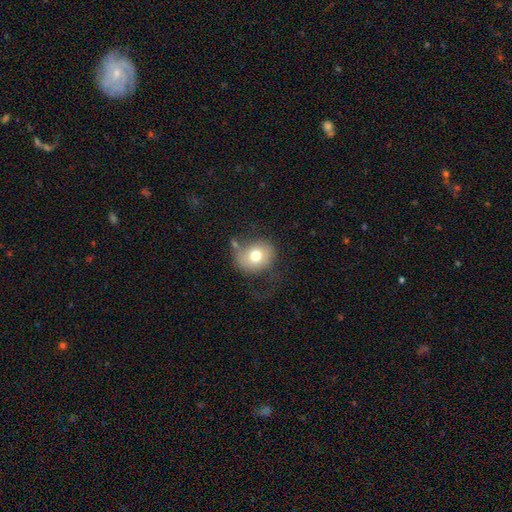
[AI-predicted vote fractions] This is likely a smooth galaxy (71%). How rounded: likely round (70%). Merging: possibly none (51%).